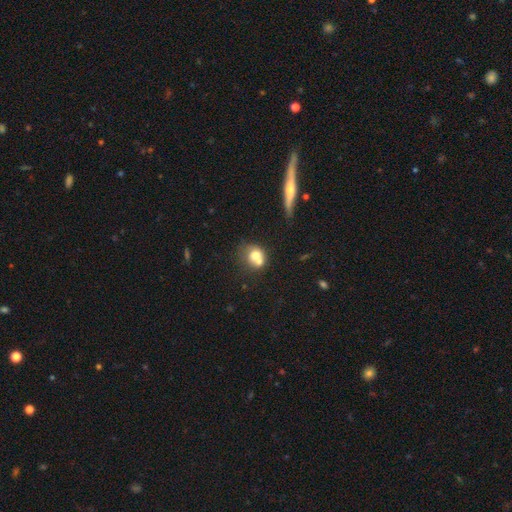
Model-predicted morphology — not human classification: A smooth galaxy with no disk features (67%) that is round (74%). Merging: merger (52%).